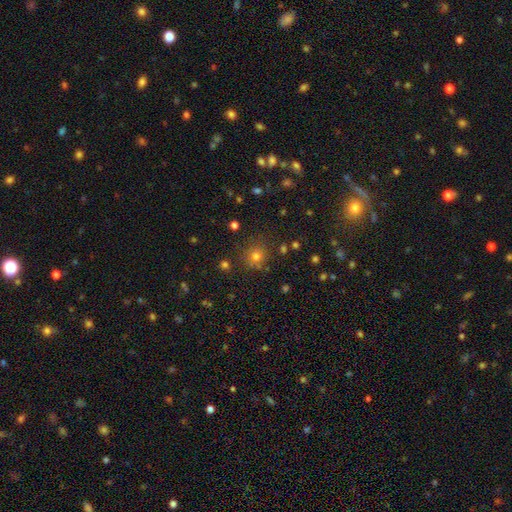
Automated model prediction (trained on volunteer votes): Smooth or featured?
  - smooth: 64% *
  - star or artifact: 29%
  - featured or disk: 7%
How rounded?
  - round: 92% *
  - in between: 7%
  - cigar-shaped: 1%
Merging?
  - none: 86% *
  - minor disturbance: 8%
  - merger: 3%
  - major disturbance: 3%